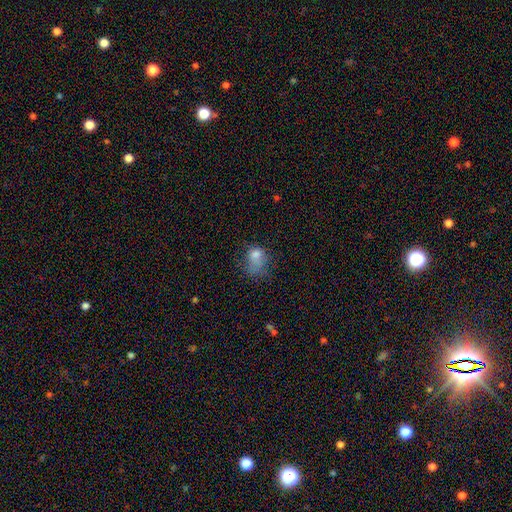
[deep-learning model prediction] smooth-or-featured: smooth: 68% | featured or disk: 17% | star or artifact: 15%
  how-rounded: in between: 61% | round: 38% | cigar-shaped: 2%
  merging: major disturbance: 41% | minor disturbance: 27% | none: 26% | merger: 5%